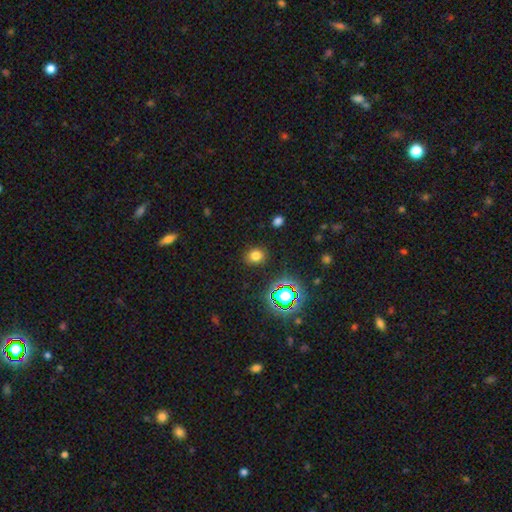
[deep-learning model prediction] This is likely a smooth galaxy (74%). How rounded: likely round (61%). Merging: clearly none (88%).